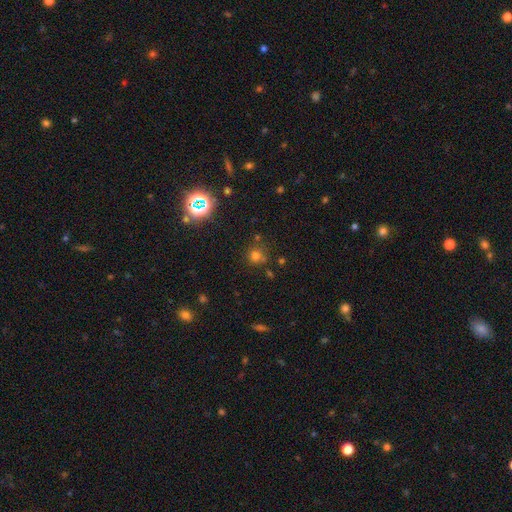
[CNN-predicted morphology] This is likely a smooth galaxy (66%). How rounded: clearly round (88%). Merging: likely none (70%).